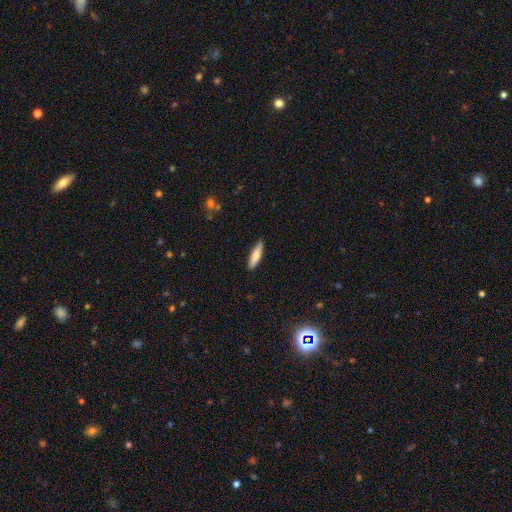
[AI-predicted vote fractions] The model was most divided on "how rounded": cigar-shaped: 72%, in between: 27%, round: 2%. More confident: merging — none (87%); smooth or featured — smooth (73%).